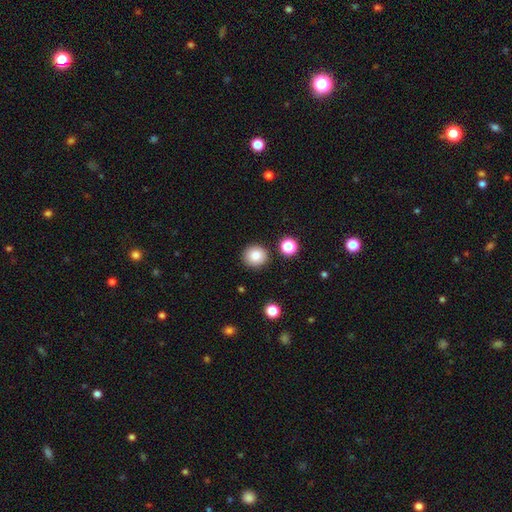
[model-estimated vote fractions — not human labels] smooth 83%, star or artifact 11%, featured or disk 7%. Down the decision tree: how rounded — round (92%); merging — none (89%).